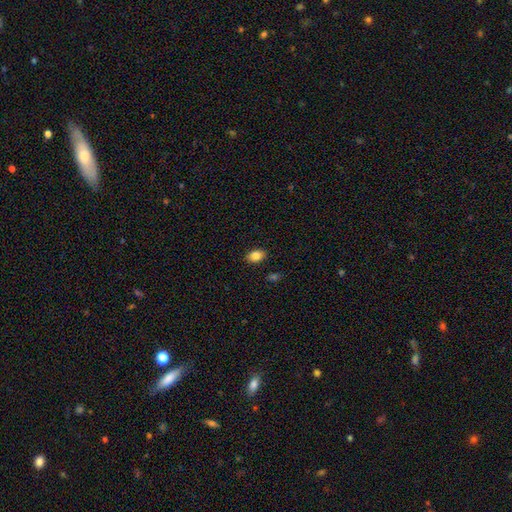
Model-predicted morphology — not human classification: smooth_or_featured: smooth (p=0.84) [alt: star or artifact p=0.09]
how_rounded: in between (p=0.80) [alt: round p=0.18]
merging: none (p=0.88) [alt: minor disturbance p=0.08]